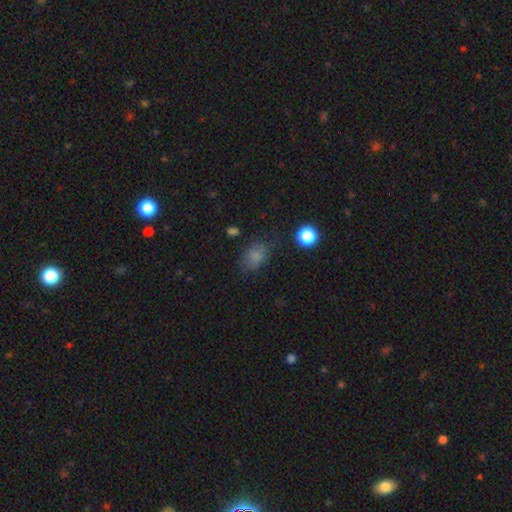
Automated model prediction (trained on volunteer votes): Q: Smooth or featured?
A: smooth (79%); runner-up: star or artifact (14%)
Q: How rounded?
A: in between (77%); runner-up: round (22%)
Q: Merging?
A: none (70%); runner-up: minor disturbance (20%)